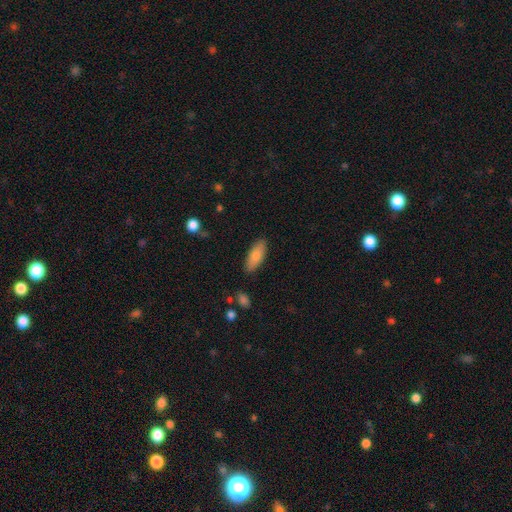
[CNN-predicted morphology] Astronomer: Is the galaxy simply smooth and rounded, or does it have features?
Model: smooth — 79%.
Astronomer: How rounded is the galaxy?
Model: in between — 73%.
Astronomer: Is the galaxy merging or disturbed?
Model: none — 86%.